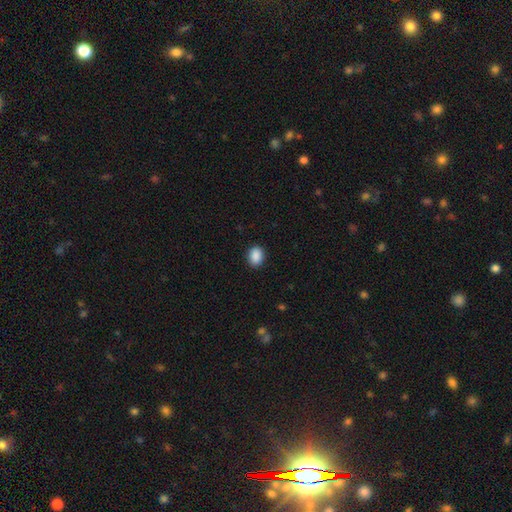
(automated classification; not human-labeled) A smooth galaxy with no disk features (90%) that is in between round and cigar-shaped (64%). Merging: none (89%).